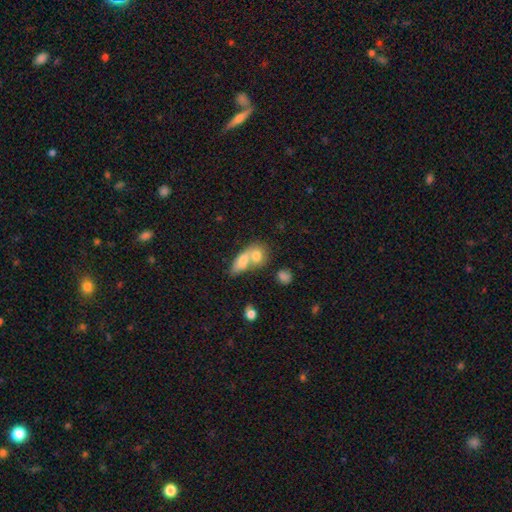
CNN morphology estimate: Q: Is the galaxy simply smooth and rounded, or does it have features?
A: smooth — 60%.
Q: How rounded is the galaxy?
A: in between — 58%.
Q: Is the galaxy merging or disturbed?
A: merger — 55%.